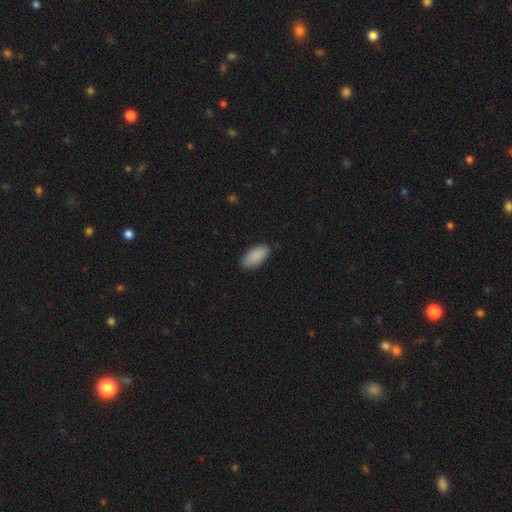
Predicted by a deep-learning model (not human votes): This appears to be a smooth galaxy with no disk features (90%) that is in between round and cigar-shaped (92%). Merging: none (87%).